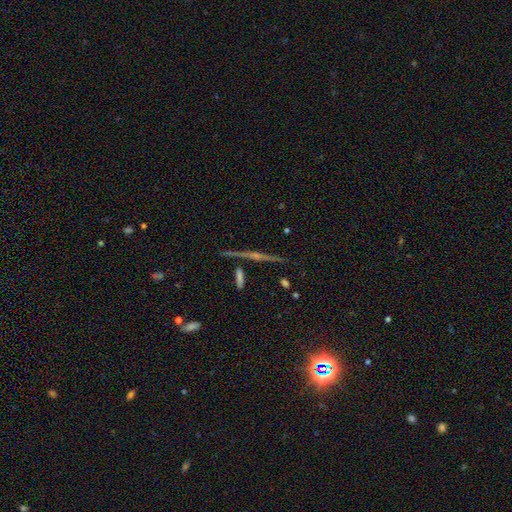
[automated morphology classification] Smooth or featured? featured or disk (77%)
Edge-on disk? yes (97%)
Edge-on bulge? rounded (76%)
Merging? none (86%)